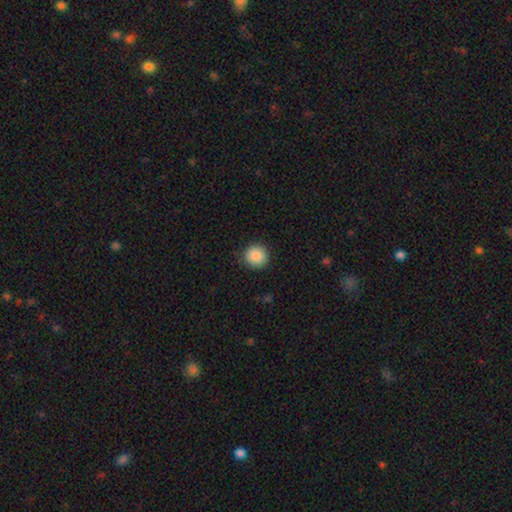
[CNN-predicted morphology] Smooth or featured? Predicted: smooth (p=0.89). How rounded? Predicted: round (p=0.93). Merging? Predicted: none (p=0.90).